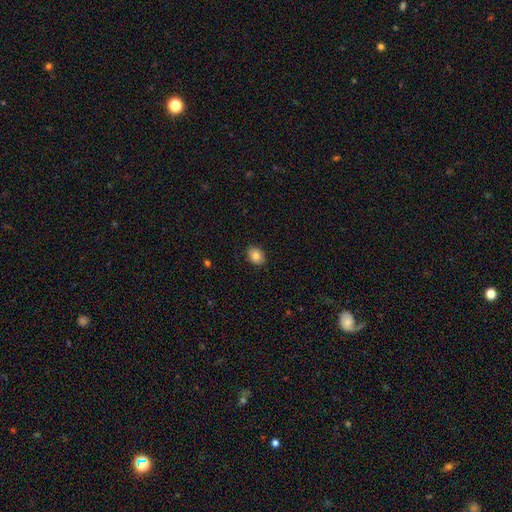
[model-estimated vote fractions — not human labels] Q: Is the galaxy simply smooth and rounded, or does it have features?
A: smooth — 83%.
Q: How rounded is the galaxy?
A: in between — 66%.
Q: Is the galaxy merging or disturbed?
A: none — 89%.